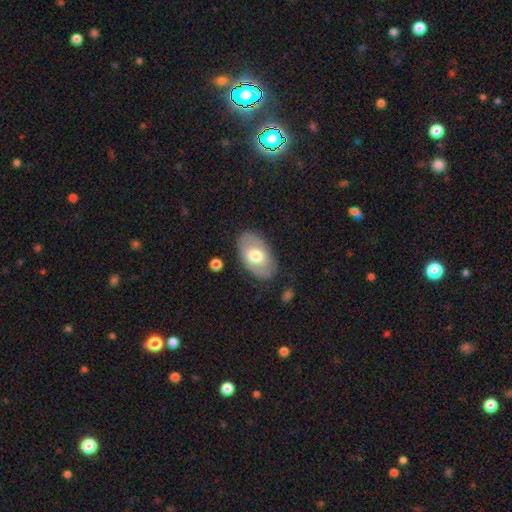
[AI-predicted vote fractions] Q: Smooth or featured?
A: smooth (54%); runner-up: featured or disk (40%)
Q: How rounded?
A: in between (92%); runner-up: round (7%)
Q: Merging?
A: none (80%); runner-up: minor disturbance (14%)